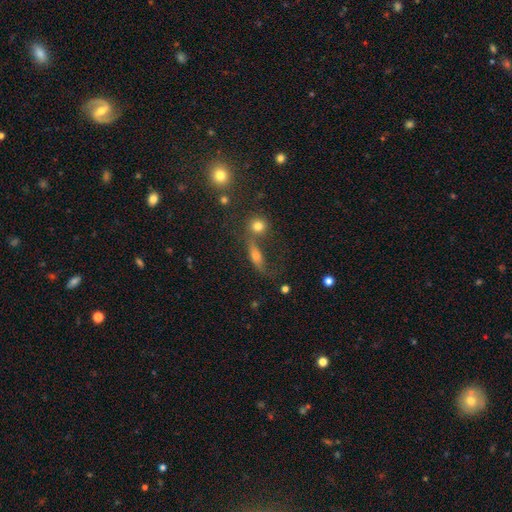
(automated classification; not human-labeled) Smooth or featured: smooth — 50% (featured or disk — 34%)
How rounded: in between — 47% (cigar-shaped — 36%)
Merging: none — 40% (merger — 26%)